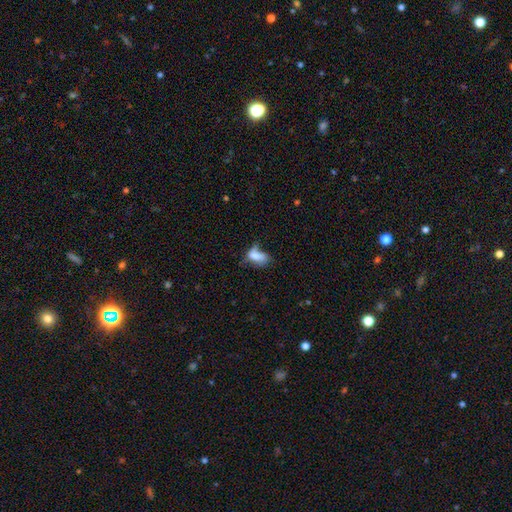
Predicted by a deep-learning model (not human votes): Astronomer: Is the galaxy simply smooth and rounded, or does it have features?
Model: smooth — 61%.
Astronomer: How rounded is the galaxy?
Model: in between — 83%.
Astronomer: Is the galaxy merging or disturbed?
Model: major disturbance — 32% (runner-up: none, 26%).